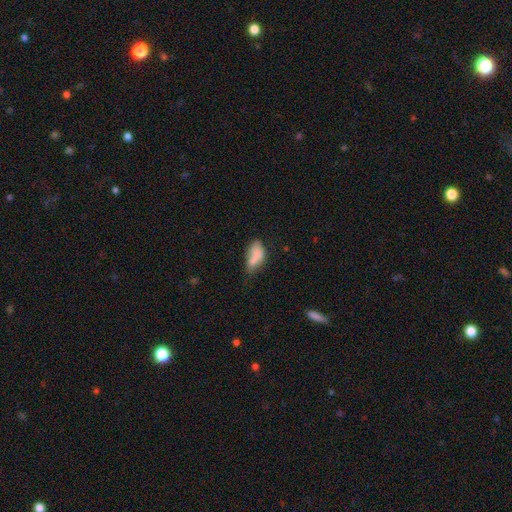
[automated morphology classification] smooth-or-featured: smooth: 75% | featured or disk: 16% | star or artifact: 9%
  how-rounded: in between: 89% | cigar-shaped: 7% | round: 4%
  merging: minor disturbance: 33% | none: 32% | merger: 19% | major disturbance: 16%